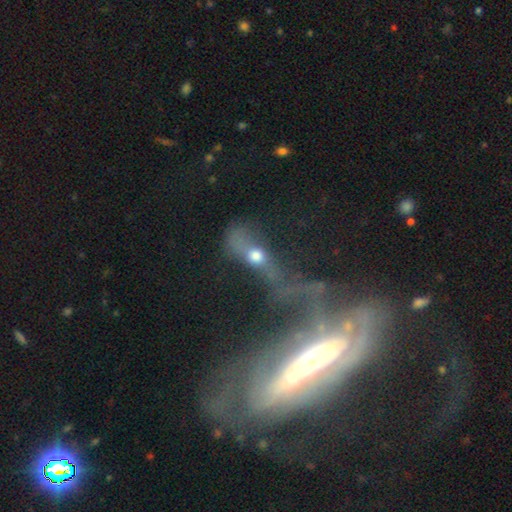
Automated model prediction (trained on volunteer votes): Smooth or featured?
  - featured or disk: 44% *
  - smooth: 34%
  - star or artifact: 22%
Merging?
  - major disturbance: 32% * (tied)
  - merger: 32% * (tied)
  - none: 23%
  - minor disturbance: 13%